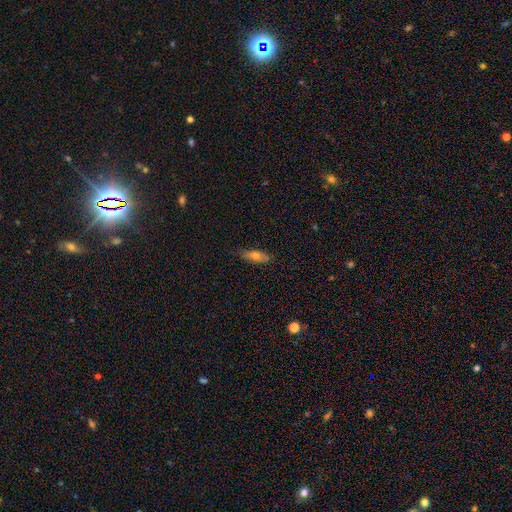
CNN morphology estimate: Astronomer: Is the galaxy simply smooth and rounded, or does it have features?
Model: smooth — 67%.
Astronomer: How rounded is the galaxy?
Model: in between — 59% (runner-up: cigar-shaped, 38%).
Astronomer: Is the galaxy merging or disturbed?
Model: none — 79%.